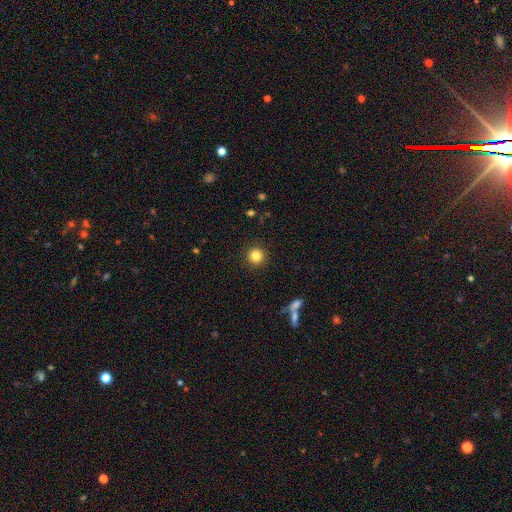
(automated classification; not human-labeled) A smooth galaxy with no disk features (83%) that is round (95%). Merging: none (91%).